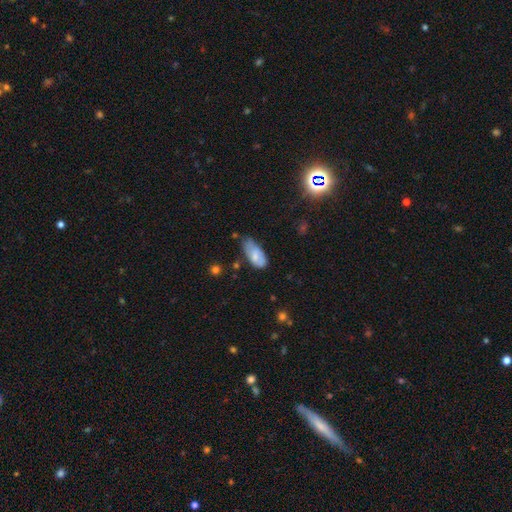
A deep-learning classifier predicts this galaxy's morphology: Overall: smooth (70%). How rounded: in between (89%). Merging: minor disturbance (44%; none 36%).